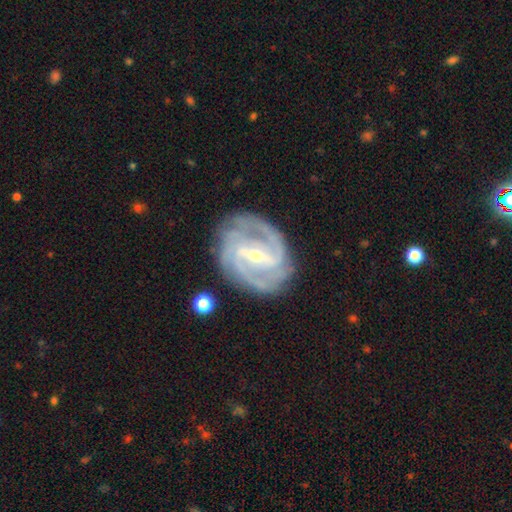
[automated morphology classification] Q: Smooth or featured?
A: featured or disk (91%); runner-up: star or artifact (4%)
Q: Edge-on disk?
A: no (97%); runner-up: yes (3%)
Q: Bar?
A: strong (60%); runner-up: weak (32%)
Q: Spiral arms?
A: yes (97%); runner-up: no (3%)
Q: Spiral winding?
A: tight (49%); runner-up: medium (42%)
Q: Spiral arm count?
A: 2 (40%); runner-up: 3 (28%)
Q: Bulge size?
A: small (66%); runner-up: moderate (31%)
Q: Merging?
A: none (78%); runner-up: minor disturbance (15%)